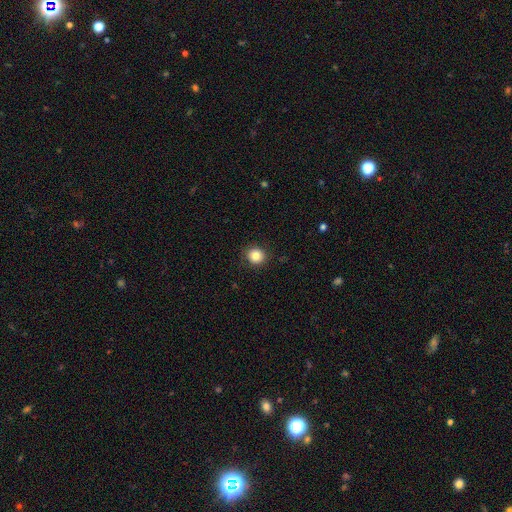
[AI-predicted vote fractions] This is clearly a smooth galaxy (83%). How rounded: clearly round (85%). Merging: clearly none (88%).